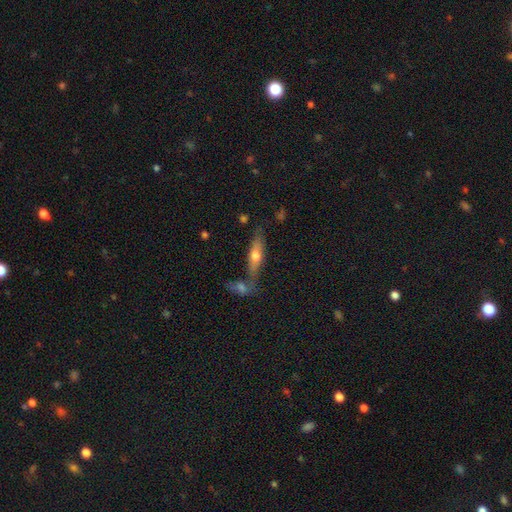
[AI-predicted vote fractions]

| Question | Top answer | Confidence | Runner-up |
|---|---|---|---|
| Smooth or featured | smooth | 47% | featured or disk (46%) |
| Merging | none | 62% | merger (20%) |